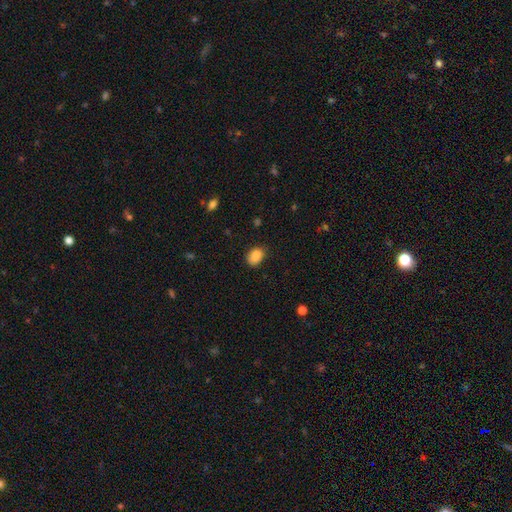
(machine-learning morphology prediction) Smooth or featured? smooth (86%)
How rounded? in between (74%)
Merging? none (67%)